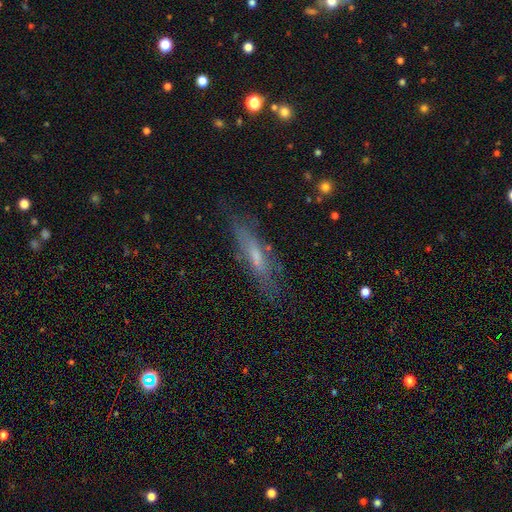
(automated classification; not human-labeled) Q: Smooth or featured?
A: featured or disk (47%); runner-up: smooth (43%)
Q: Merging?
A: none (73%); runner-up: minor disturbance (18%)